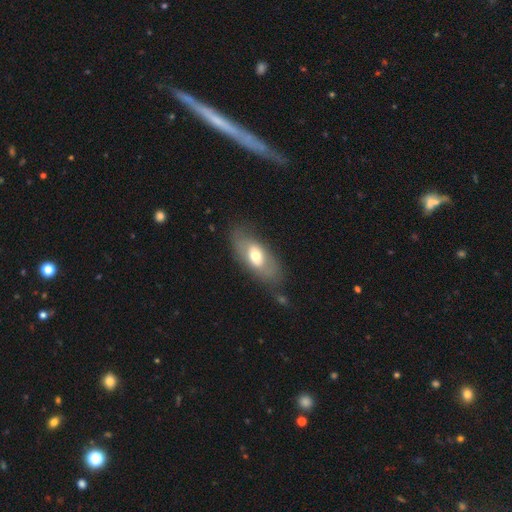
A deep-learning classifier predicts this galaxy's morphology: smooth-or-featured: smooth: 52% | featured or disk: 42% | star or artifact: 7%
  how-rounded: in between: 85% | cigar-shaped: 9% | round: 6%
  merging: none: 70% | minor disturbance: 18% | major disturbance: 8% | merger: 3%